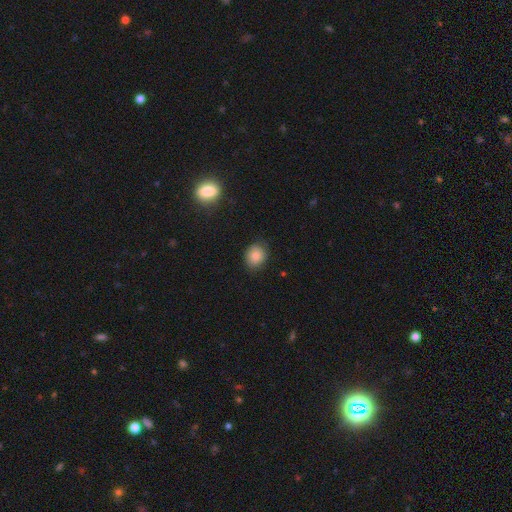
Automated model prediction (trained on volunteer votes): A smooth galaxy with no disk features (84%) that is round (63%).

Vote fractions:
- Smooth or featured? smooth: 84% / star or artifact: 9% / featured or disk: 7%
- How rounded? round: 63% / in between: 36% / cigar-shaped: 1%
- Merging? none: 82% / minor disturbance: 14% / major disturbance: 3% / merger: 1%